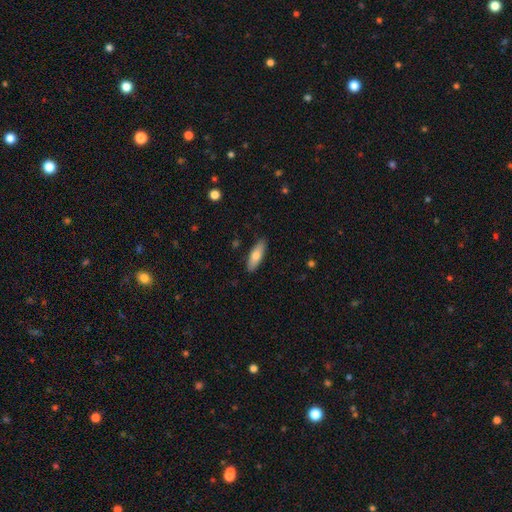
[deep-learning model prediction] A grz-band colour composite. It shows a smooth galaxy with no disk features (73%) that is in between round and cigar-shaped (55%). Merging: none (88%).